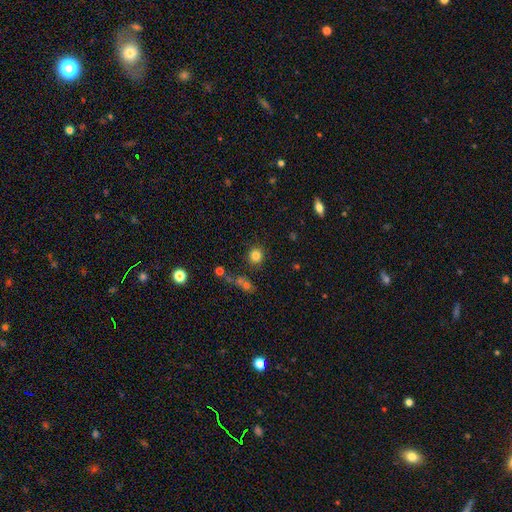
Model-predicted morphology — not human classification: smooth 82%, star or artifact 12%, featured or disk 5%. Down the decision tree: how rounded — round (90%); merging — none (83%).